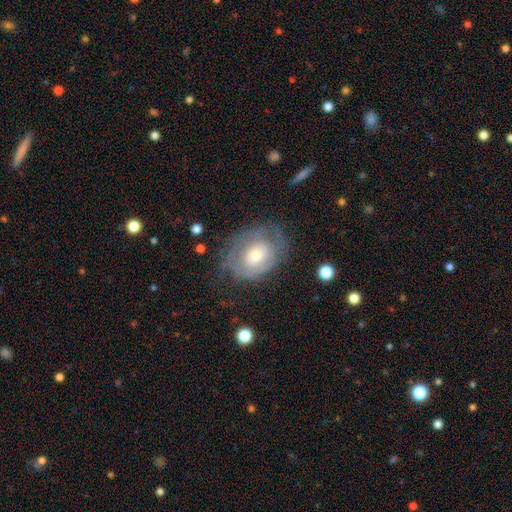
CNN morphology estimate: This is possibly a featured or disk galaxy (51%). It is clearly not viewed edge-on (94%). Merging: possibly none (56%).